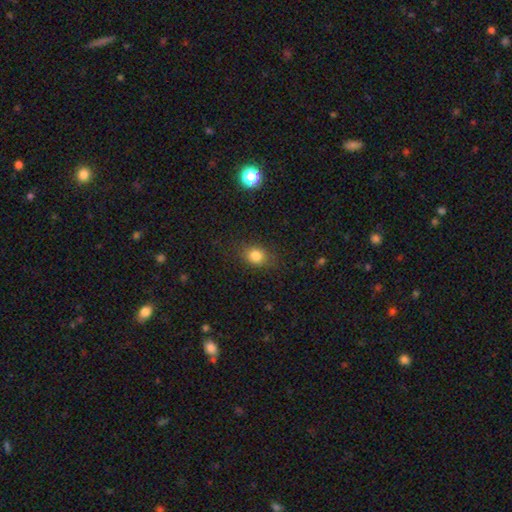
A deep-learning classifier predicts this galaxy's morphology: Smooth or featured?
  - smooth: 82% *
  - star or artifact: 12%
  - featured or disk: 7%
How rounded?
  - in between: 52% *
  - round: 47%
  - cigar-shaped: 2%
Merging?
  - none: 80% *
  - minor disturbance: 14%
  - major disturbance: 5%
  - merger: 1%